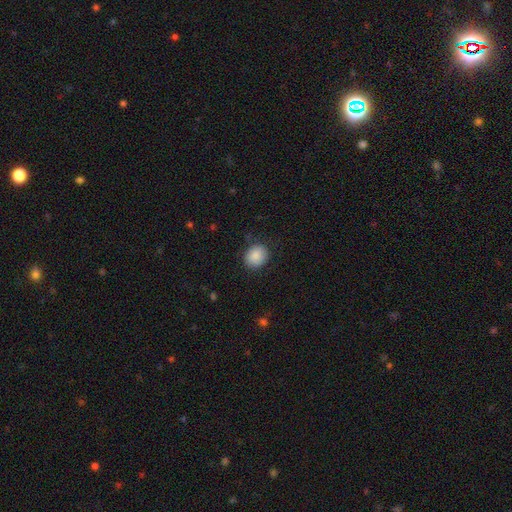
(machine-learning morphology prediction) smooth 89%, star or artifact 8%, featured or disk 4%. Down the decision tree: how rounded — round (66%); merging — none (85%).